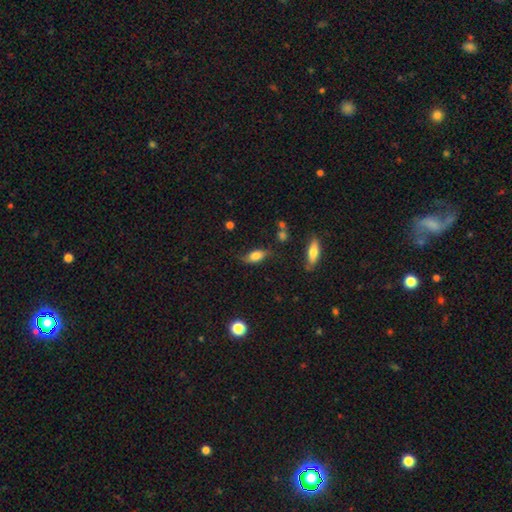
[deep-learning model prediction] This appears to be a smooth galaxy with no disk features (62%) that is in between round and cigar-shaped (82%). Merging: none (55%).